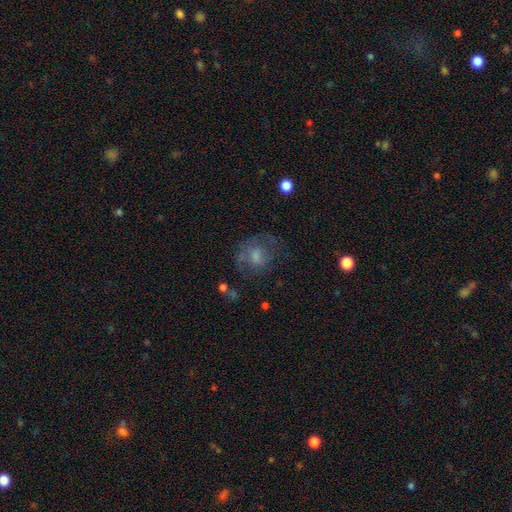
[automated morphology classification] smooth_or_featured: featured or disk (p=0.45) [alt: smooth p=0.39]
merging: none (p=0.57) [alt: minor disturbance p=0.21]